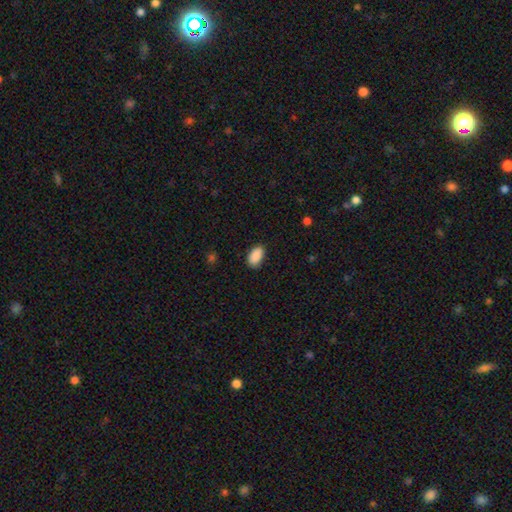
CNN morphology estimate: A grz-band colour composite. It shows a smooth galaxy with no disk features (90%) that is in between round and cigar-shaped (94%). Merging: none (84%).